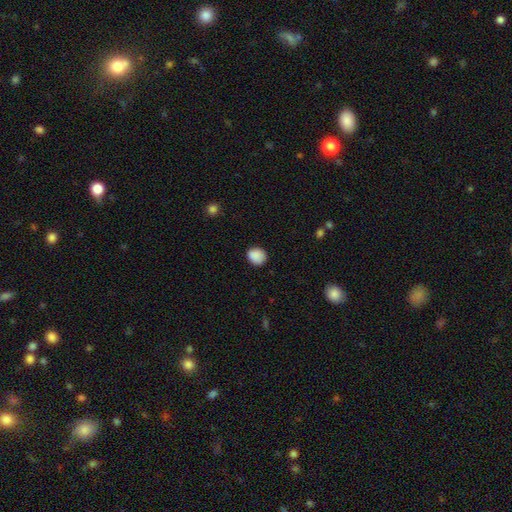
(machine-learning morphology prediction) Smooth or featured? smooth (89%)
How rounded? round (71%)
Merging? none (84%)